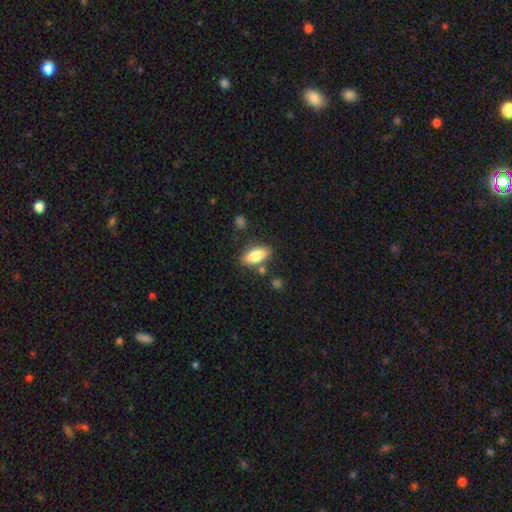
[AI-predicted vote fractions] Smooth or featured? Predicted: smooth (p=0.80). How rounded? Predicted: in between (p=0.85). Merging? Predicted: none (p=0.78).